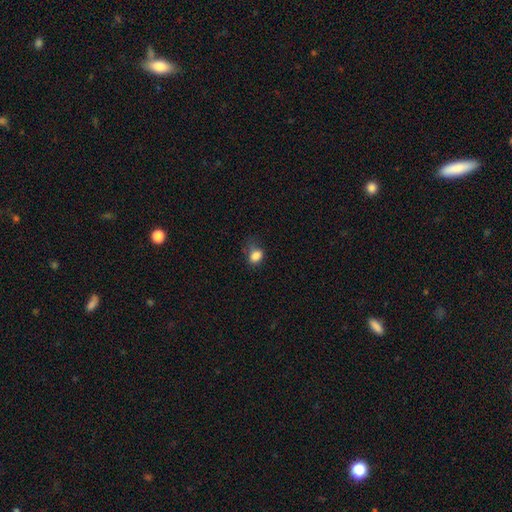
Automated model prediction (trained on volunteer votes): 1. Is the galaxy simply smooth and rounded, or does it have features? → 84% smooth, 11% star or artifact, 5% featured or disk.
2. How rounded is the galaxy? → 65% in between, 34% round, 1% cigar-shaped.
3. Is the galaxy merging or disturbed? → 52% none, 31% minor disturbance, 15% major disturbance, 2% merger.